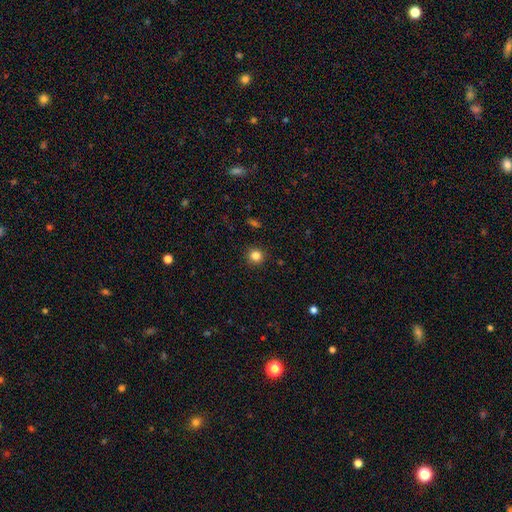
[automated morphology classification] Smooth or featured?
  - smooth: 83% *
  - star or artifact: 12%
  - featured or disk: 5%
How rounded?
  - round: 94% *
  - in between: 5%
  - cigar-shaped: 1%
Merging?
  - none: 92% *
  - minor disturbance: 5%
  - major disturbance: 2%
  - merger: 1%